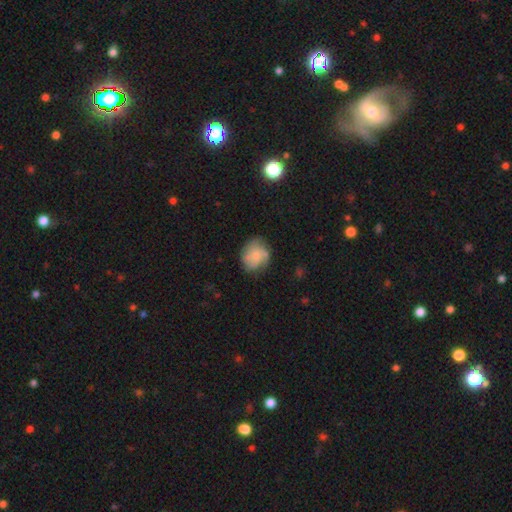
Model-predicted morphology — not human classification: The model was most divided on "smooth or featured": smooth: 48%, featured or disk: 44%, star or artifact: 8%. More confident: merging — none (65%).